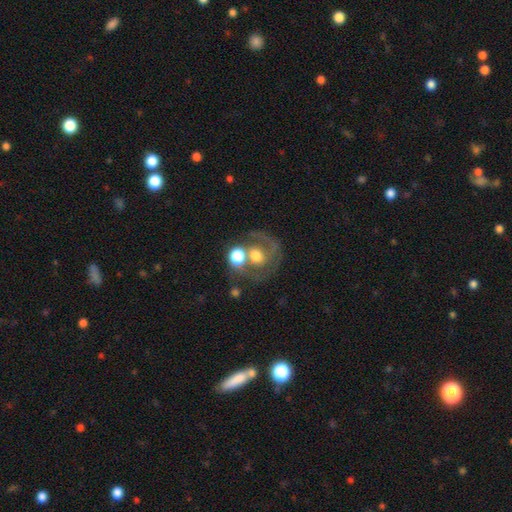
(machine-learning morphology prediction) smooth-or-featured: featured or disk: 56% | smooth: 36% | star or artifact: 9%
  disk-edge-on: no: 97% | yes: 3%
    bar: no: 75% | weak: 19% | strong: 6%
    has-spiral-arms: yes: 66% | no: 34%
    bulge-size: moderate: 52% | large: 29% | small: 10% | dominant: 5% | none: 4%
  merging: merger: 39% | none: 35% | major disturbance: 14% | minor disturbance: 12%